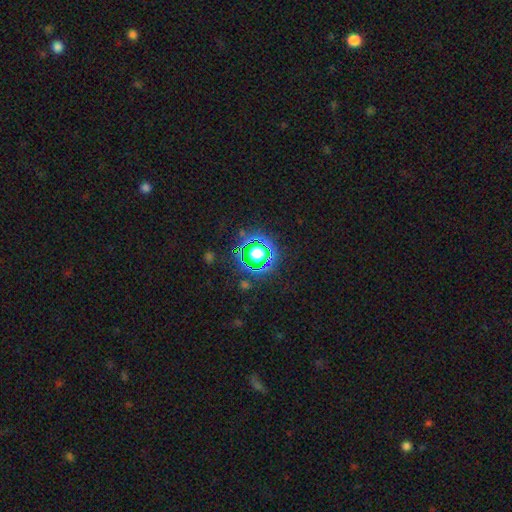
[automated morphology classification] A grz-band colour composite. It shows a star or artifact, not a galaxy (77%).